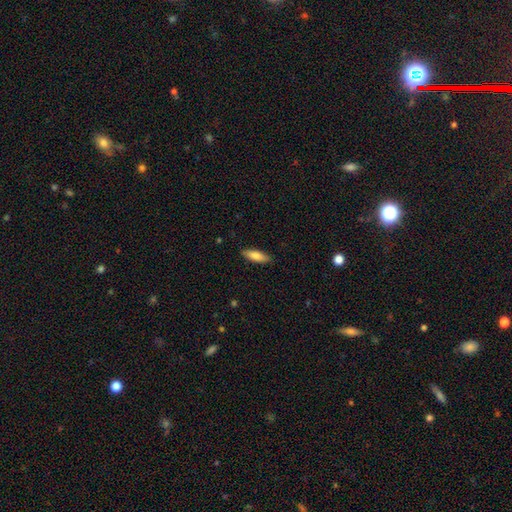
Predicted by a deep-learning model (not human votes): Overall: smooth (77%). How rounded: in between (50%; cigar-shaped 48%). Merging: none (89%).